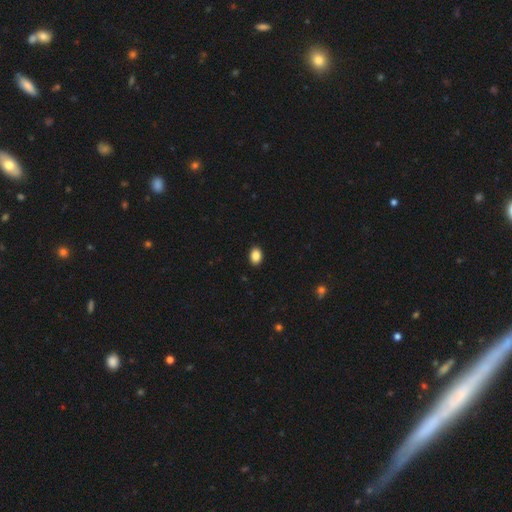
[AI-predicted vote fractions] Q: Smooth or featured?
A: smooth (88%); runner-up: star or artifact (9%)
Q: How rounded?
A: in between (74%); runner-up: round (24%)
Q: Merging?
A: none (91%); runner-up: minor disturbance (6%)